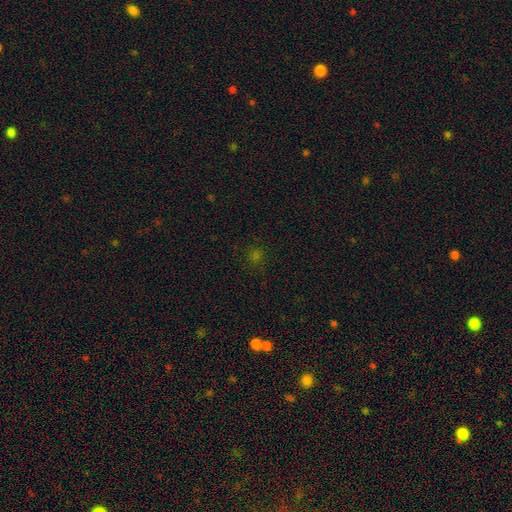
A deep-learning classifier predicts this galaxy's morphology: smooth-or-featured: smooth: 51% | star or artifact: 43% | featured or disk: 7%
  how-rounded: round: 86% | in between: 13% | cigar-shaped: 1%
  merging: none: 84% | minor disturbance: 9% | major disturbance: 4% | merger: 3%